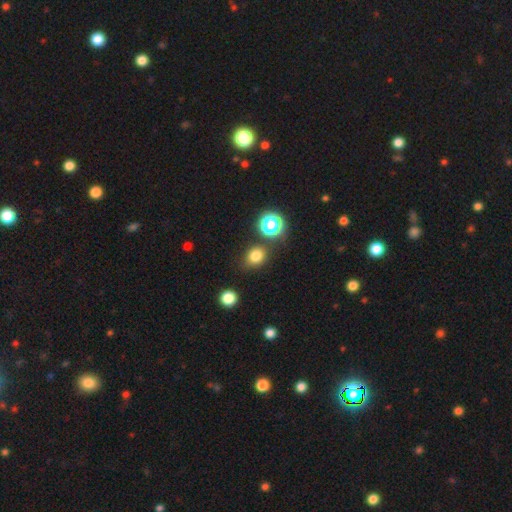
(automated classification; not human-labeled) Q: Smooth or featured?
A: smooth (77%); runner-up: star or artifact (17%)
Q: How rounded?
A: round (62%); runner-up: in between (37%)
Q: Merging?
A: none (80%); runner-up: minor disturbance (11%)